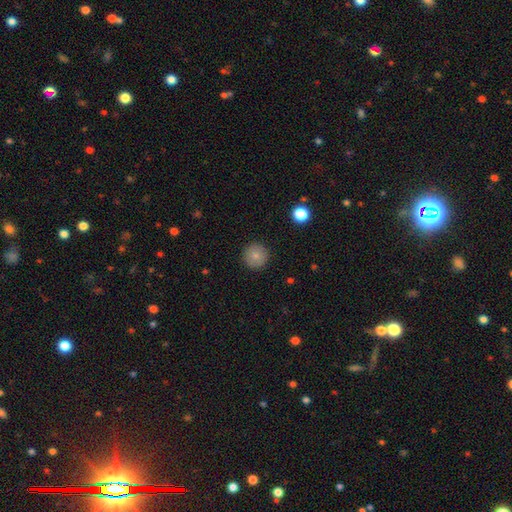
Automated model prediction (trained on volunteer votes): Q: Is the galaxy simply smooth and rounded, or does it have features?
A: smooth — 82%.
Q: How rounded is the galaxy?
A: round — 96%.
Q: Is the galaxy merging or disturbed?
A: none — 92%.